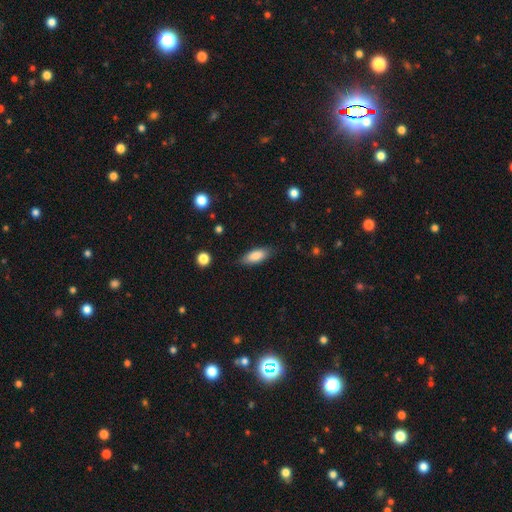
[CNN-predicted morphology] Smooth or featured? smooth (83%)
How rounded? in between (74%)
Merging? none (81%)